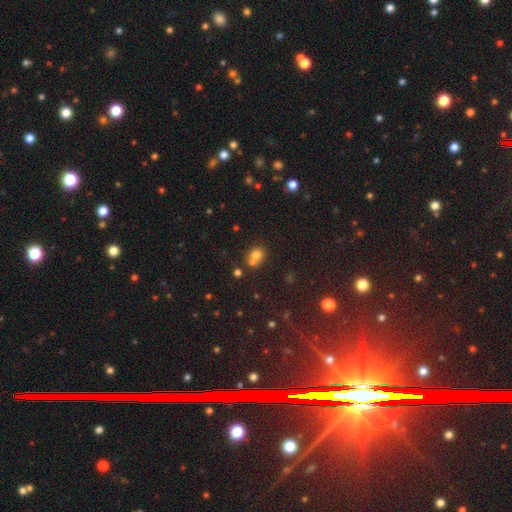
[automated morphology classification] type=smooth (71%); roundness=round (70%); merging=merger (44%).